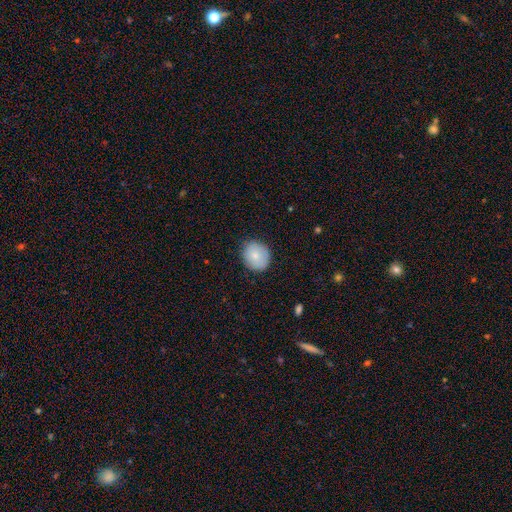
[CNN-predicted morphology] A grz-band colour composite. It shows a smooth galaxy with no disk features (82%) that is round (71%). Merging: none (85%).